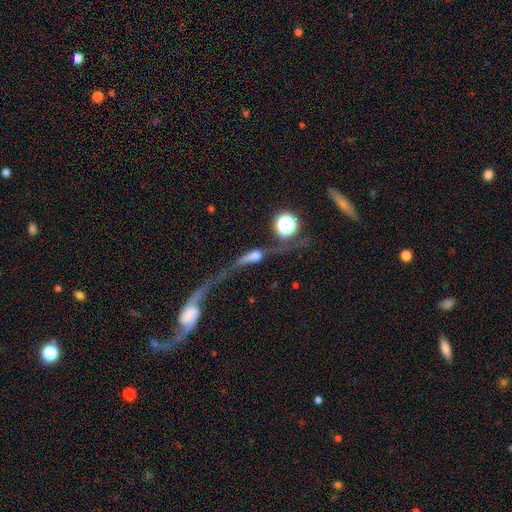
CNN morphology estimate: Smooth or featured? Predicted: featured or disk (p=0.56). Edge-on disk? Predicted: yes (p=0.60). Merging? Predicted: none (p=0.33).